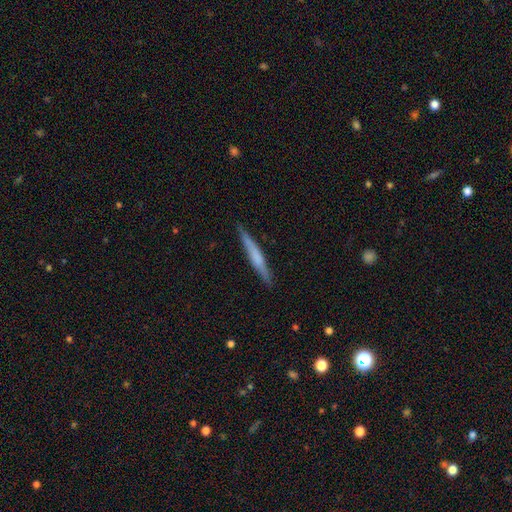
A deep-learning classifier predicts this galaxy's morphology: A smooth galaxy with no disk features (49%).

Vote fractions:
- Smooth or featured? smooth: 49% / featured or disk: 45% / star or artifact: 6%
- Merging? none: 89% / minor disturbance: 9% / major disturbance: 2% / merger: 1%